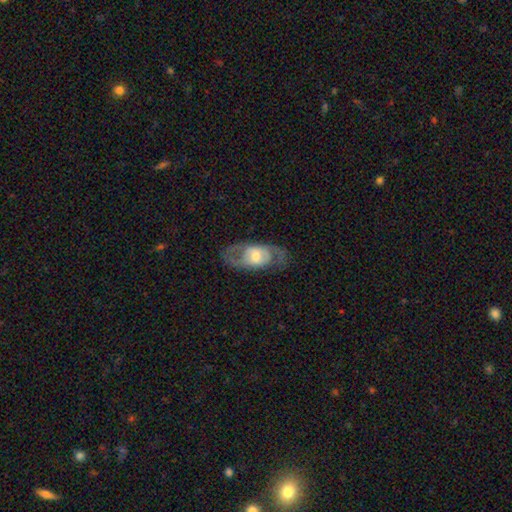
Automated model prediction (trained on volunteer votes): Morphology: type=featured or disk (70%); edge-on=no (89%); bar=no (58%); spiral arms=yes (66%); bulge=moderate (57%); merging=none (73%).